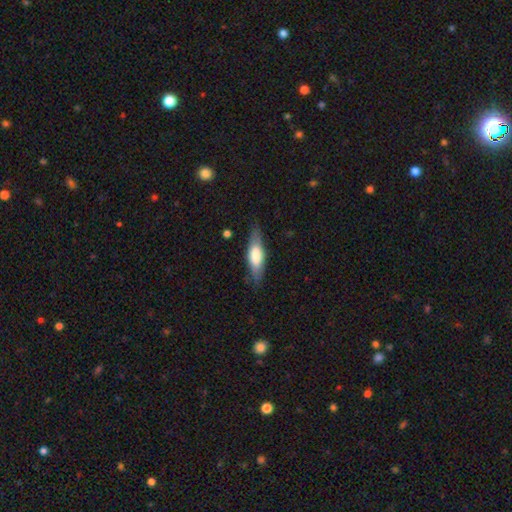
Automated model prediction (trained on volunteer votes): Smooth or featured? Predicted: smooth (p=0.64). How rounded? Predicted: in between (p=0.50). Merging? Predicted: none (p=0.79).